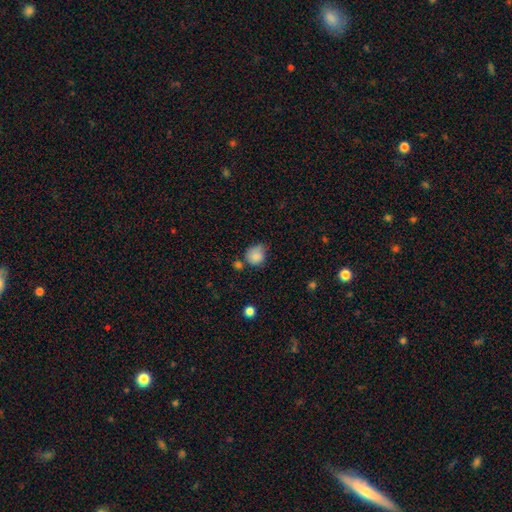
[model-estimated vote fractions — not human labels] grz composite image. It shows a smooth galaxy with no disk features (83%) that is round (79%). Merging: none (50%).